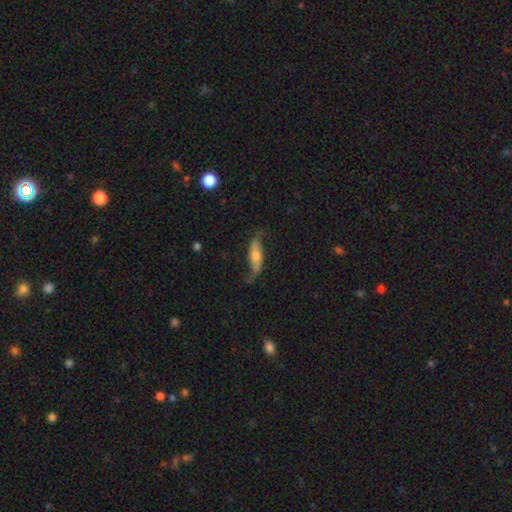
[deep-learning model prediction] A featured or disk galaxy (59%). Merging: none (62%).